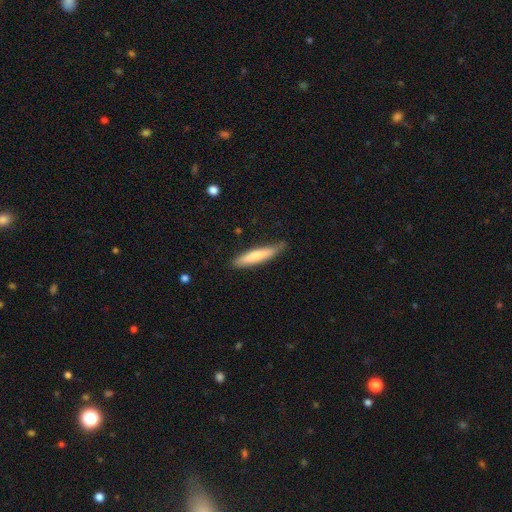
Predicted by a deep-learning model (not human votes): smooth 72%, featured or disk 23%, star or artifact 5%. Down the decision tree: how rounded — cigar-shaped (86%); merging — none (76%).